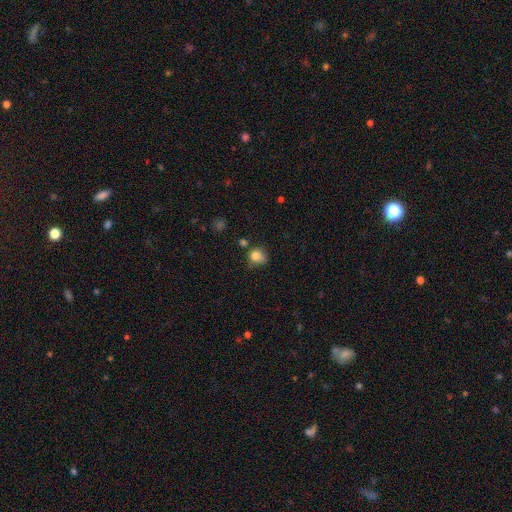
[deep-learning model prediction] Smooth or featured? smooth (81%)
How rounded? round (75%)
Merging? none (51%)